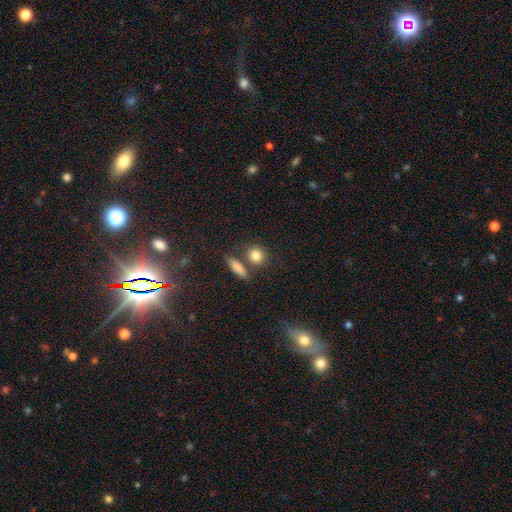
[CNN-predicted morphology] Smooth or featured: smooth — 84% (star or artifact — 9%)
How rounded: round — 73% (in between — 23%)
Merging: none — 68% (merger — 18%)